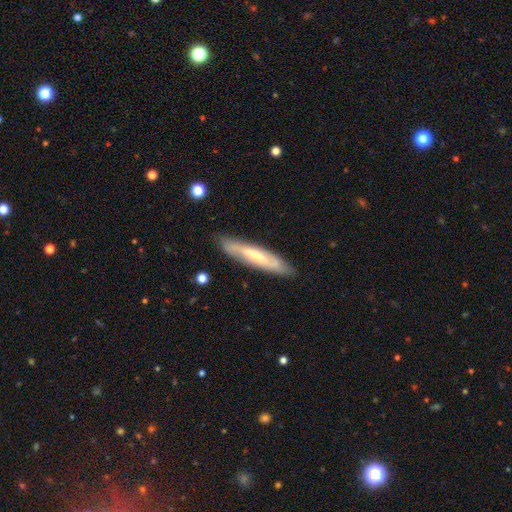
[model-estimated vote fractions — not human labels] Morphology: type=featured or disk (54%); edge-on=yes (57%); merging=none (84%).